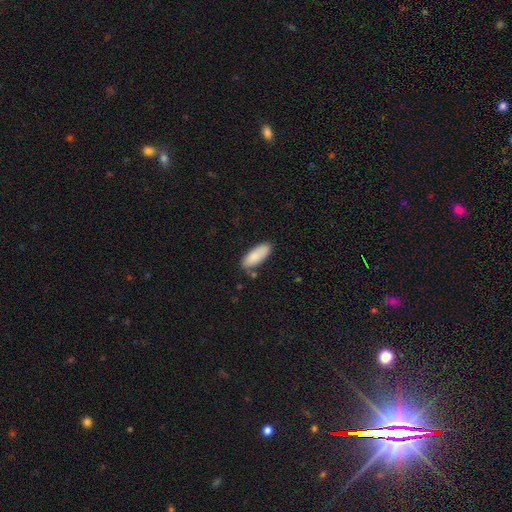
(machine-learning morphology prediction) smooth_or_featured: smooth (p=0.86) [alt: featured or disk p=0.08]
how_rounded: in between (p=0.77) [alt: cigar-shaped p=0.21]
merging: none (p=0.77) [alt: minor disturbance p=0.16]